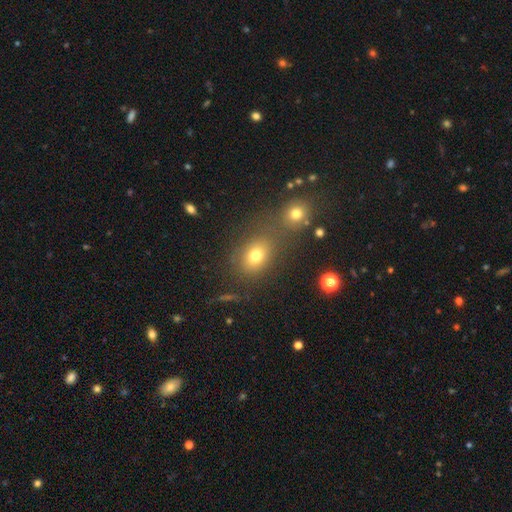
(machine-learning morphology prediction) smooth-or-featured: smooth: 73% | star or artifact: 16% | featured or disk: 11%
  how-rounded: in between: 54% | round: 44% | cigar-shaped: 2%
  merging: none: 60% | merger: 23% | minor disturbance: 11% | major disturbance: 6%